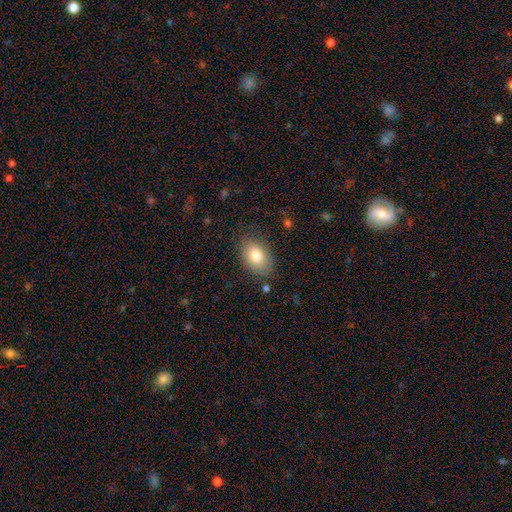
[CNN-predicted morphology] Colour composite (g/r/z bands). It shows a smooth galaxy with no disk features (81%) that is in between round and cigar-shaped (88%). Merging: none (80%).